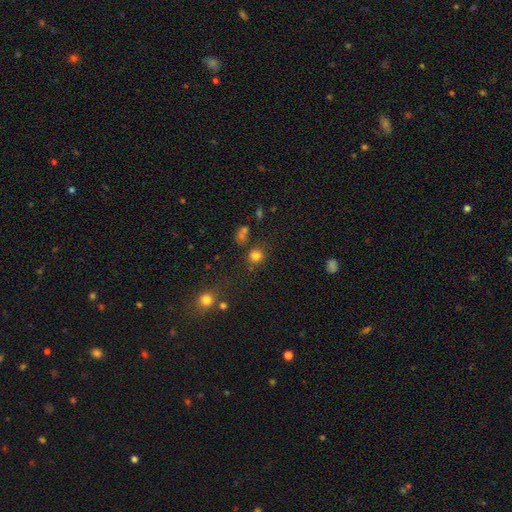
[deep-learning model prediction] The model was most divided on "merging": none: 73%, minor disturbance: 12%, merger: 10%, major disturbance: 5%. More confident: how rounded — round (85%); smooth or featured — smooth (78%).